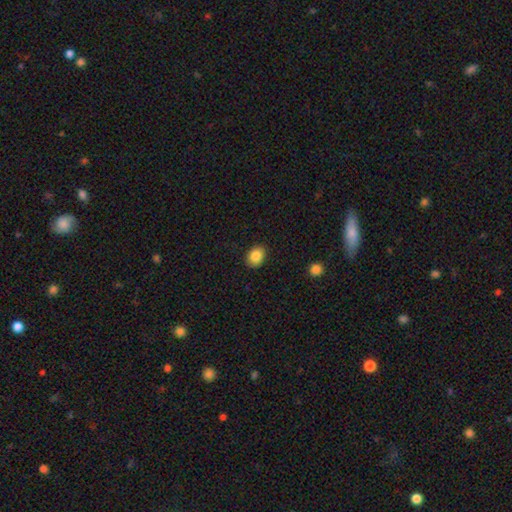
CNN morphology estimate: This is clearly a smooth galaxy (86%). How rounded: likely in between (65%). Merging: clearly none (89%).